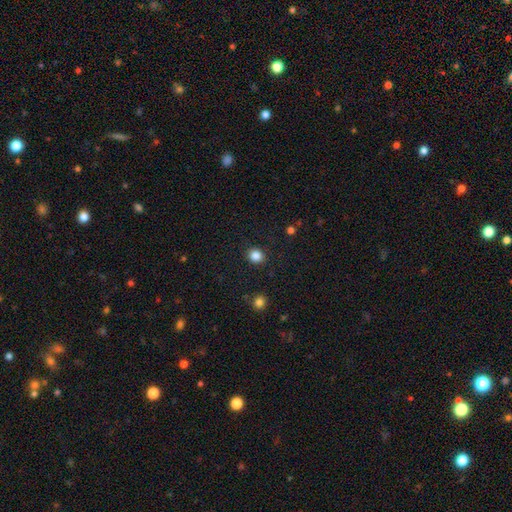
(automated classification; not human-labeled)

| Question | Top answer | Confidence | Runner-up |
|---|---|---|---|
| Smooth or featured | smooth | 85% | star or artifact (11%) |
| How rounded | round | 73% | in between (26%) |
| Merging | none | 90% | minor disturbance (7%) |